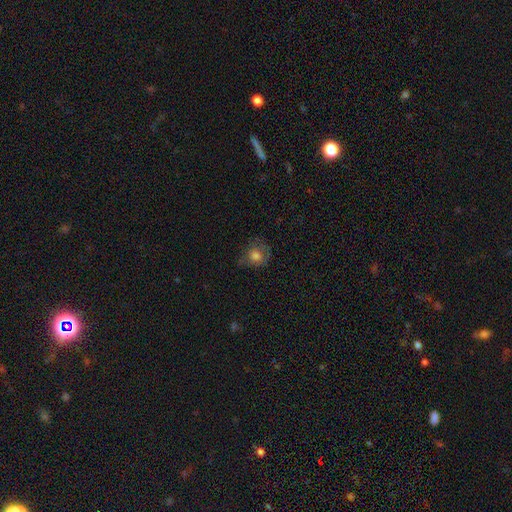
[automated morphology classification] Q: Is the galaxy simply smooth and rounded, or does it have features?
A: smooth — 73%.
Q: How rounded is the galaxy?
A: round — 78%.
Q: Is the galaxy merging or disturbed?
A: none — 56%.